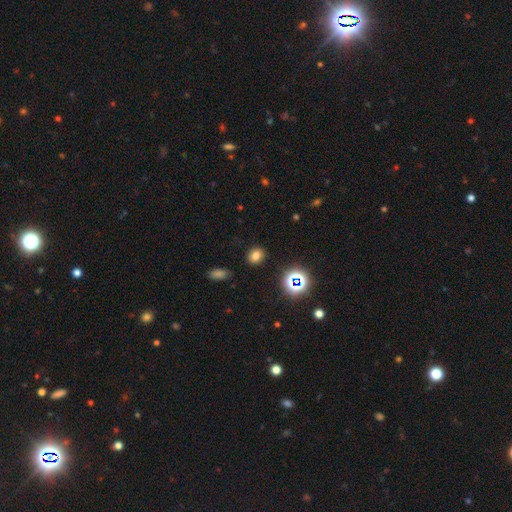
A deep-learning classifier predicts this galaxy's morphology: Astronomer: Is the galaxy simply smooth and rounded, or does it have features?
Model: smooth — 73%.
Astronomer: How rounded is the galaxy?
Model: round — 57% (runner-up: in between, 42%).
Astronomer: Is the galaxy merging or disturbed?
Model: none — 88%.